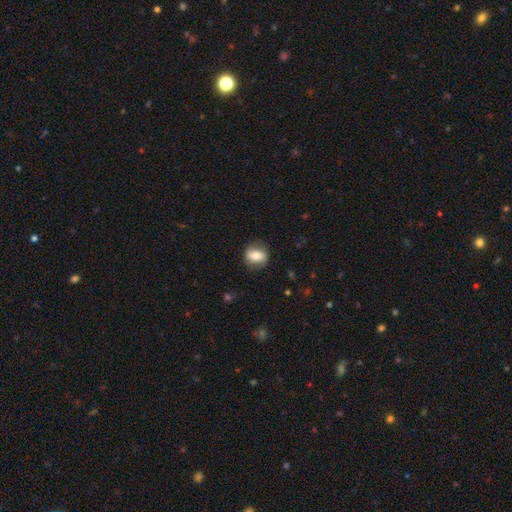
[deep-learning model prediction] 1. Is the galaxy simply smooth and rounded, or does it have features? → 66% smooth, 26% featured or disk, 8% star or artifact.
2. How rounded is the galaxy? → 55% round, 43% in between, 2% cigar-shaped.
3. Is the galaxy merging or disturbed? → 80% none, 14% minor disturbance, 5% major disturbance, 1% merger.